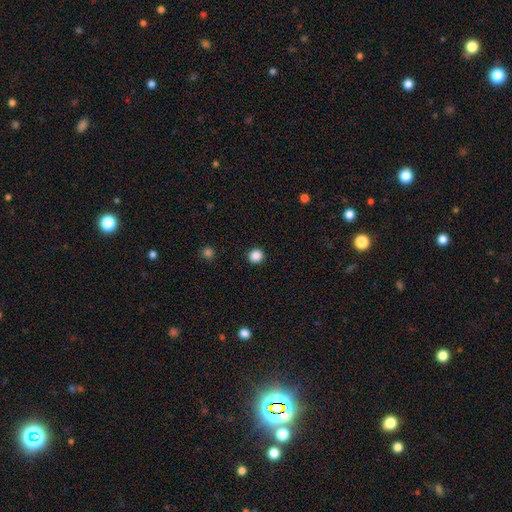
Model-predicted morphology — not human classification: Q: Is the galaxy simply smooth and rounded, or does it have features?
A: smooth — 87%.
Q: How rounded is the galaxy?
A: round — 91%.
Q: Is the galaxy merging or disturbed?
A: none — 92%.